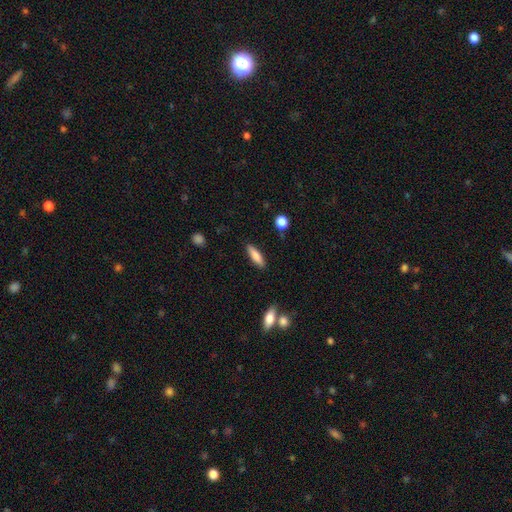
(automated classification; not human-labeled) Smooth or featured? smooth (80%)
How rounded? cigar-shaped (61%)
Merging? none (86%)